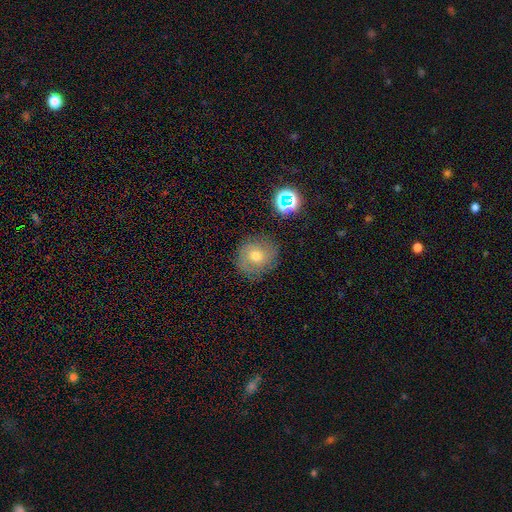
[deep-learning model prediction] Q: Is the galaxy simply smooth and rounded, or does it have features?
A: smooth — 49%.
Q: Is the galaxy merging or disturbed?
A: none — 78%.